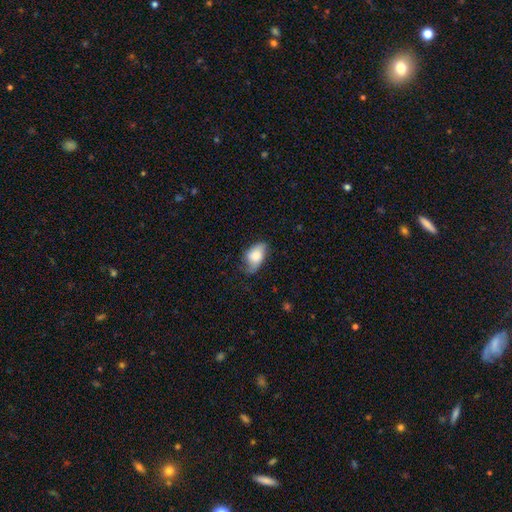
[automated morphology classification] Overall: smooth (70%). How rounded: in between (92%). Merging: none (51%; minor disturbance 34%).